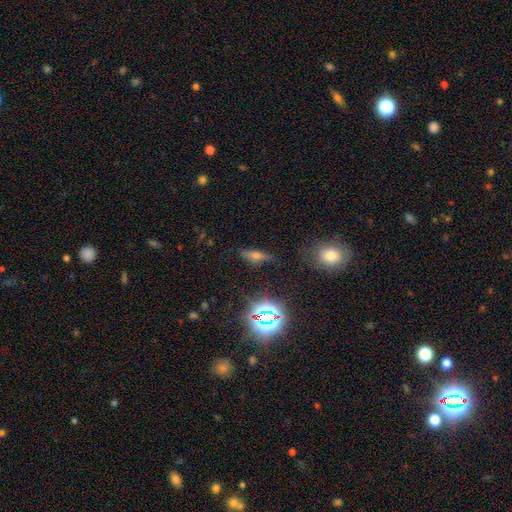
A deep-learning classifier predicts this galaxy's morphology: A featured or disk galaxy (37%).

Vote fractions:
- Smooth or featured? featured or disk: 37% / smooth: 34% / star or artifact: 29%
- Merging? none: 83% / minor disturbance: 12% / major disturbance: 4% / merger: 2%